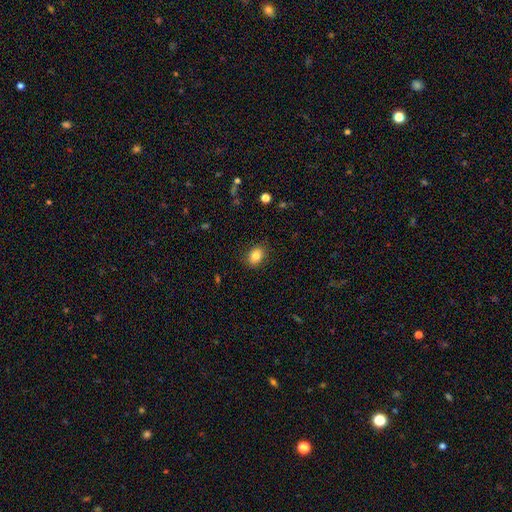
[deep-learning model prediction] Q: Smooth or featured?
A: smooth (83%); runner-up: star or artifact (9%)
Q: How rounded?
A: in between (65%); runner-up: round (34%)
Q: Merging?
A: none (87%); runner-up: minor disturbance (10%)